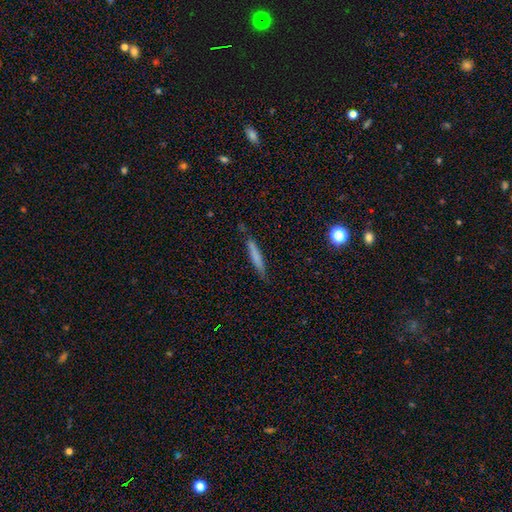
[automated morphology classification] A smooth galaxy with no disk features (69%) that is cigar-shaped (94%).

Vote fractions:
- Smooth or featured? smooth: 69% / featured or disk: 23% / star or artifact: 7%
- How rounded? cigar-shaped: 94% / in between: 5% / round: 1%
- Merging? none: 81% / minor disturbance: 14% / merger: 3% / major disturbance: 3%